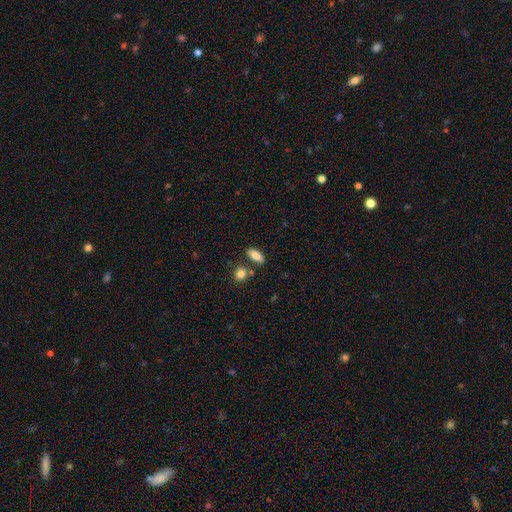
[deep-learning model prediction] Overall: smooth (86%). How rounded: in between (83%). Merging: none (77%).